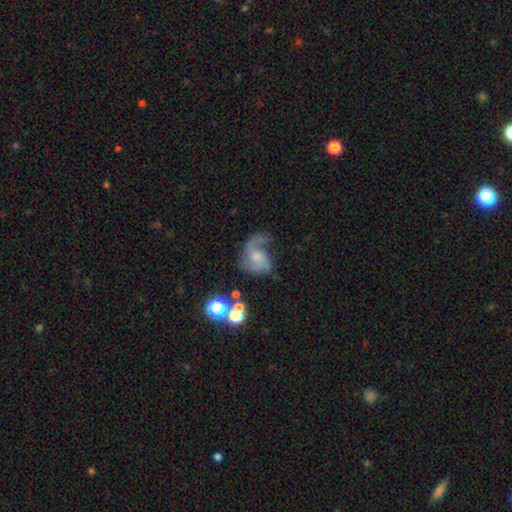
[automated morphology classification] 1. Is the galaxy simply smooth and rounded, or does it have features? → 73% featured or disk, 16% smooth, 11% star or artifact.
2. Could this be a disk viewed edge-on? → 97% no, 3% yes.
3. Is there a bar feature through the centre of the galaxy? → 63% no, 31% weak, 6% strong.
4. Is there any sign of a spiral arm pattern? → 92% yes, 8% no.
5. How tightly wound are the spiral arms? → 46% loose, 41% medium, 13% tight.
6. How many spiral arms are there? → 60% 2, 17% 1, 10% can't tell, 9% 3, 2% 4, 2% more than 4.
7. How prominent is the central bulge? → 47% small, 38% moderate, 9% none, 4% large, 1% dominant.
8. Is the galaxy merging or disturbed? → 43% none, 28% major disturbance, 23% minor disturbance, 5% merger.